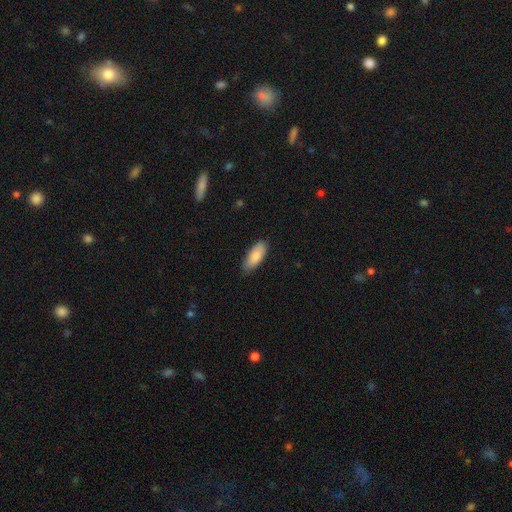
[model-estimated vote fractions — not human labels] smooth 86%, featured or disk 8%, star or artifact 6%. Down the decision tree: how rounded — in between (83%); merging — none (82%).